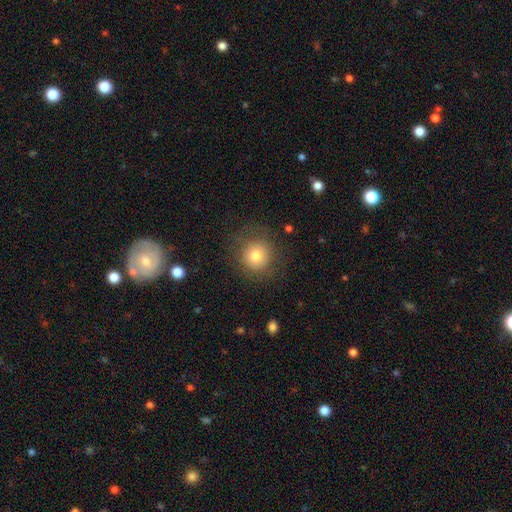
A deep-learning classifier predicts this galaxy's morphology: This appears to be a smooth galaxy with no disk features (78%) that is round (90%). Merging: none (80%).